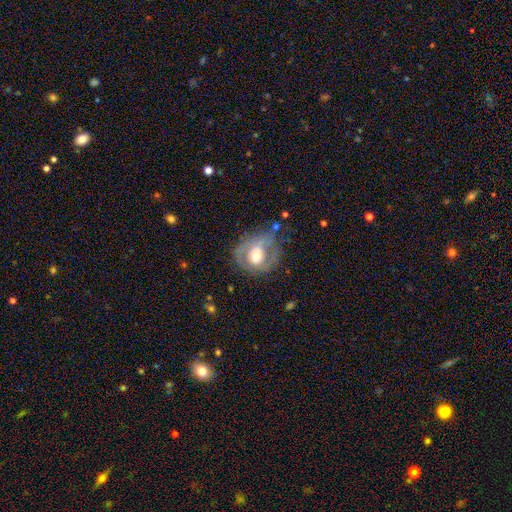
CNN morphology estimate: A featured or disk galaxy (58%) with no bar (61%), spiral arms (56%) and a moderate central bulge (65%). Merging: none (50%).